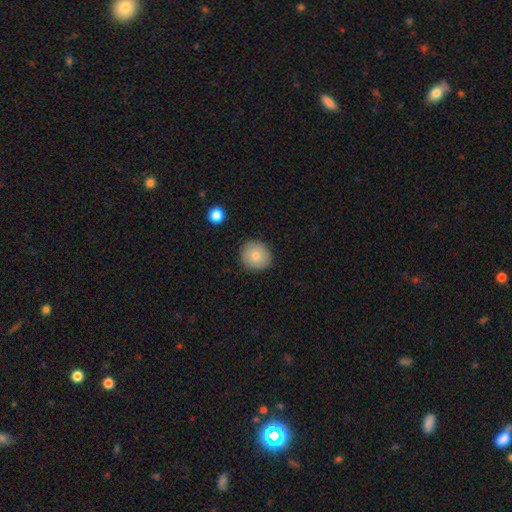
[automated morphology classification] Overall: smooth (81%). How rounded: round (89%). Merging: none (88%).